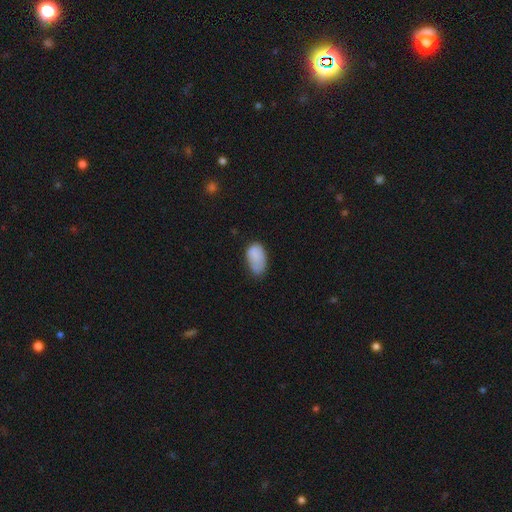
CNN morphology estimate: Smooth or featured? smooth (83%)
How rounded? in between (94%)
Merging? none (45%)